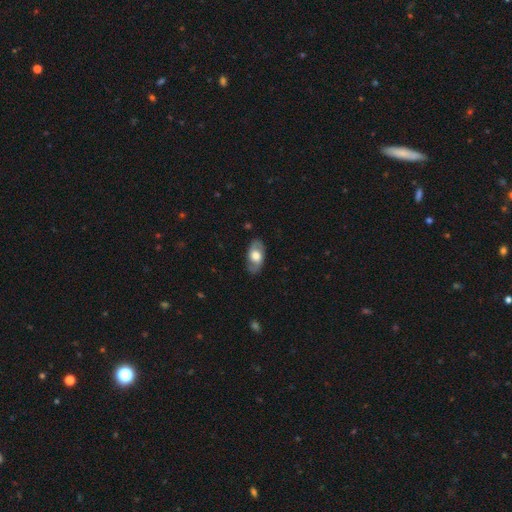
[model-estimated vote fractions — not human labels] featured or disk 54%, smooth 40%, star or artifact 6%. Down the decision tree: edge-on disk — no (87%); merging — none (82%).